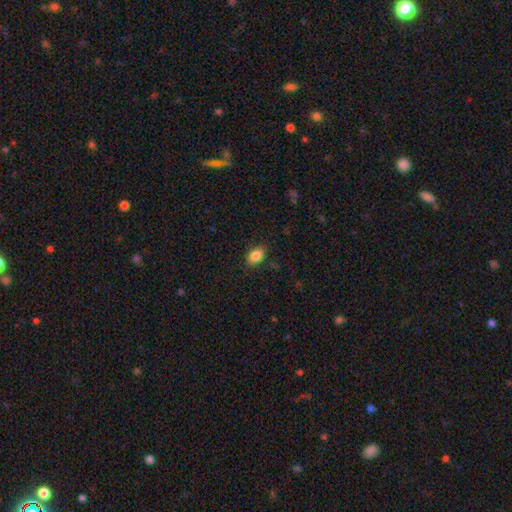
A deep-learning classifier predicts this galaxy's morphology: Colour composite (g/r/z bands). It shows a smooth galaxy with no disk features (86%) that is in between round and cigar-shaped (86%). Merging: none (85%).